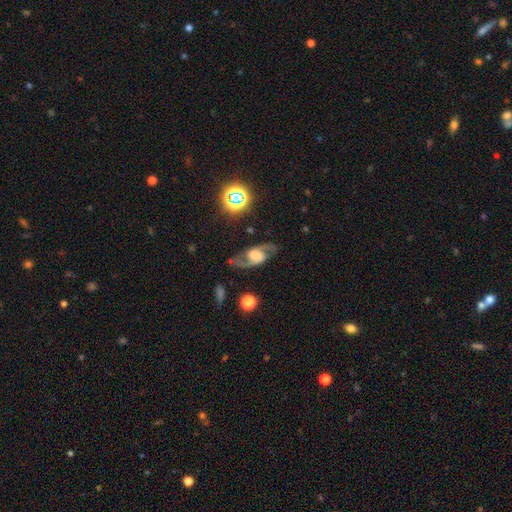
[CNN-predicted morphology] featured or disk 80%, smooth 12%, star or artifact 8%. Down the decision tree: edge-on disk — no (91%); bar — weak (43%); spiral arms — yes (92%); spiral arm count — 2 (91%); spiral winding — medium (51%); bulge size — large (43%); merging — none (77%).